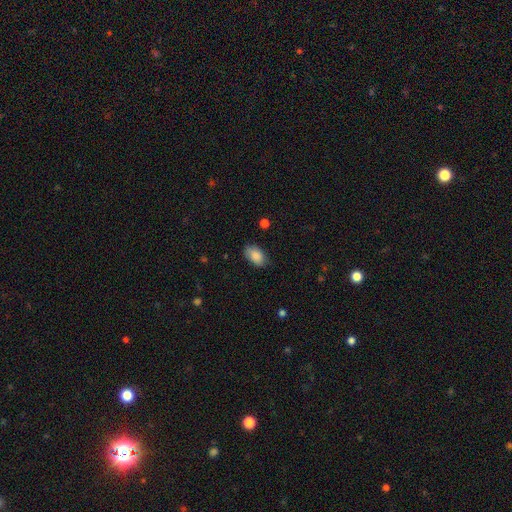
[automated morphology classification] A smooth galaxy with no disk features (88%) that is in between round and cigar-shaped (92%).

Vote fractions:
- Smooth or featured? smooth: 88% / star or artifact: 7% / featured or disk: 6%
- How rounded? in between: 92% / round: 7% / cigar-shaped: 1%
- Merging? none: 80% / minor disturbance: 16% / major disturbance: 3% / merger: 1%